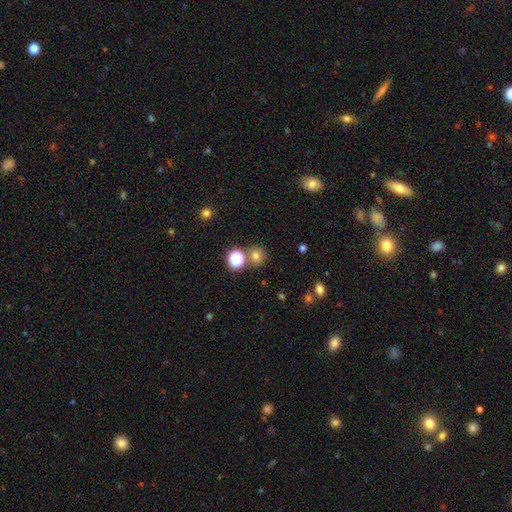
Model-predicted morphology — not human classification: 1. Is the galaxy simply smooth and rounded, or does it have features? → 72% smooth, 21% star or artifact, 7% featured or disk.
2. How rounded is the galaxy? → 86% round, 13% in between, 1% cigar-shaped.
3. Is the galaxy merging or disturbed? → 74% none, 14% merger, 9% minor disturbance, 3% major disturbance.